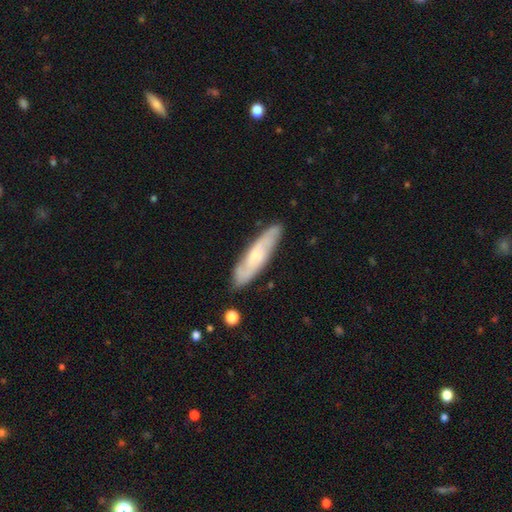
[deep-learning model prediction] A featured or disk galaxy (55%).

Vote fractions:
- Smooth or featured? featured or disk: 55% / smooth: 39% / star or artifact: 6%
- Edge-on disk? no: 64% / yes: 36%
- Merging? none: 83% / minor disturbance: 12% / major disturbance: 2% / merger: 2%